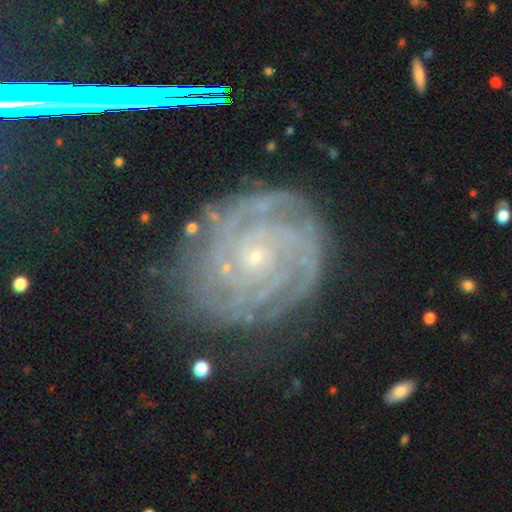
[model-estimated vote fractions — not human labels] Smooth or featured?
  - featured or disk: 88% *
  - star or artifact: 7%
  - smooth: 5%
Edge-on disk?
  - no: 97% *
  - yes: 3%
Bar?
  - no: 79% *
  - weak: 15%
  - strong: 6%
Spiral arms?
  - yes: 98% *
  - no: 2%
Spiral winding?
  - tight: 83% *
  - medium: 14%
  - loose: 3%
Spiral arm count?
  - can't tell: 23% *
  - 3: 20%
  - 2: 20%
  - 4: 18%
  - more than 4: 11%
  - 1: 8%
Bulge size?
  - small: 84% *
  - moderate: 12%
  - none: 2%
  - large: 1%
  - dominant: 1%
Merging?
  - none: 76% *
  - minor disturbance: 16%
  - major disturbance: 6%
  - merger: 2%